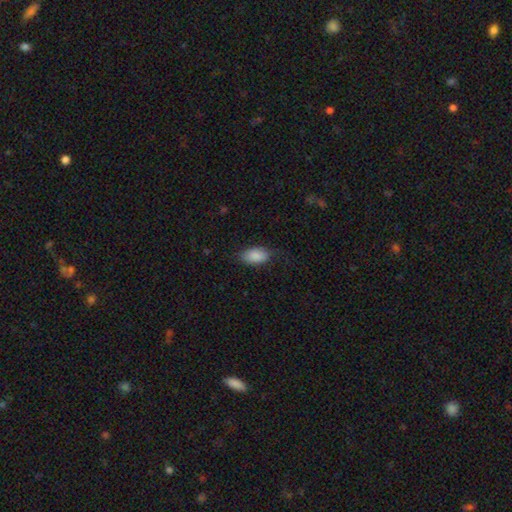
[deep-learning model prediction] A smooth galaxy with no disk features (88%) that is in between round and cigar-shaped (93%). Merging: none (74%).